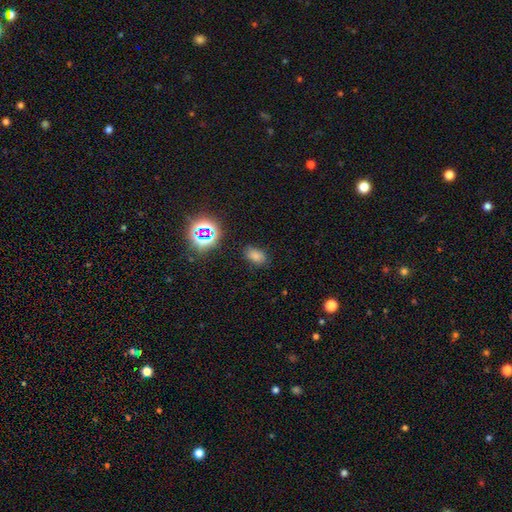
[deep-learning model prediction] Smooth or featured: smooth — 72% (star or artifact — 22%)
How rounded: in between — 86% (round — 13%)
Merging: none — 80% (minor disturbance — 14%)